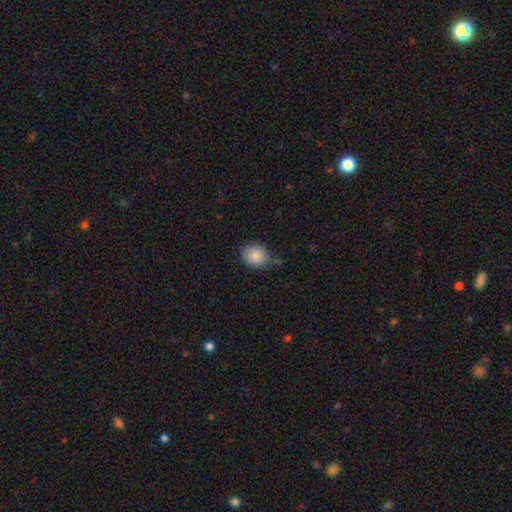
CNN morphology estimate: Smooth or featured: smooth — 85% (star or artifact — 8%)
How rounded: round — 70% (in between — 30%)
Merging: none — 69% (minor disturbance — 22%)